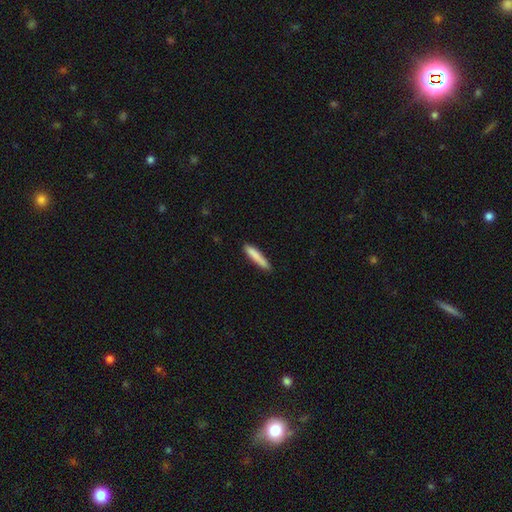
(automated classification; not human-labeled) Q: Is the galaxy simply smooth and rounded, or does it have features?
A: smooth — 83%.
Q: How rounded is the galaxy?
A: cigar-shaped — 91%.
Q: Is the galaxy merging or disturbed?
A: none — 83%.